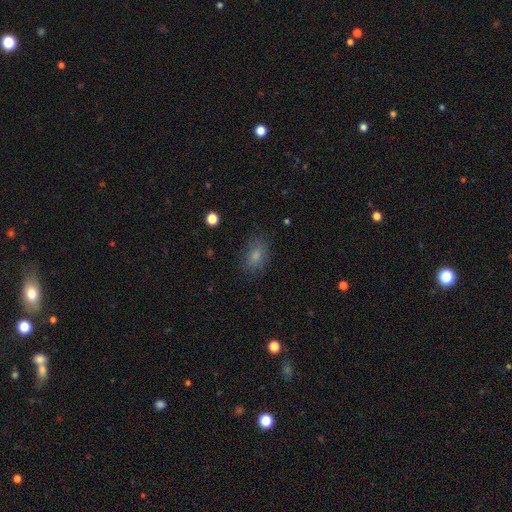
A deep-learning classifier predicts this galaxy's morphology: This is likely a smooth galaxy (77%). How rounded: clearly in between (82%). Merging: likely none (78%).